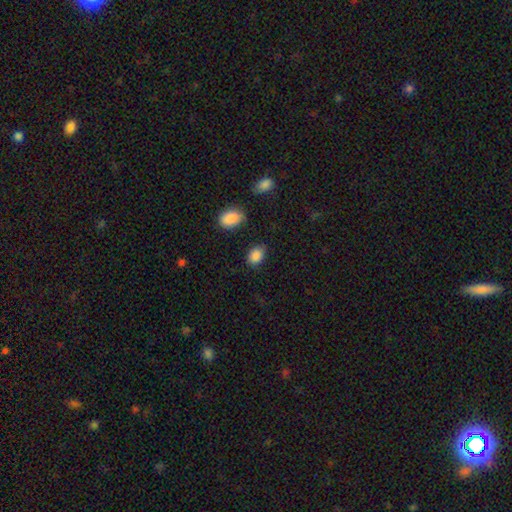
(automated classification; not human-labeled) A smooth galaxy with no disk features (88%) that is in between round and cigar-shaped (76%).

Vote fractions:
- Smooth or featured? smooth: 88% / star or artifact: 9% / featured or disk: 4%
- How rounded? in between: 76% / round: 23% / cigar-shaped: 1%
- Merging? none: 75% / minor disturbance: 19% / major disturbance: 4% / merger: 3%